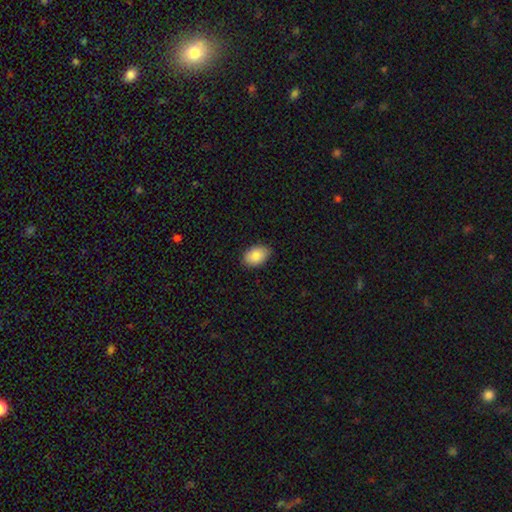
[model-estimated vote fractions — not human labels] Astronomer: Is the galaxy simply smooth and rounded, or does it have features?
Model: smooth — 87%.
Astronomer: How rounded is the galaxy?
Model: in between — 87%.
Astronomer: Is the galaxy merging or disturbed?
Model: none — 85%.